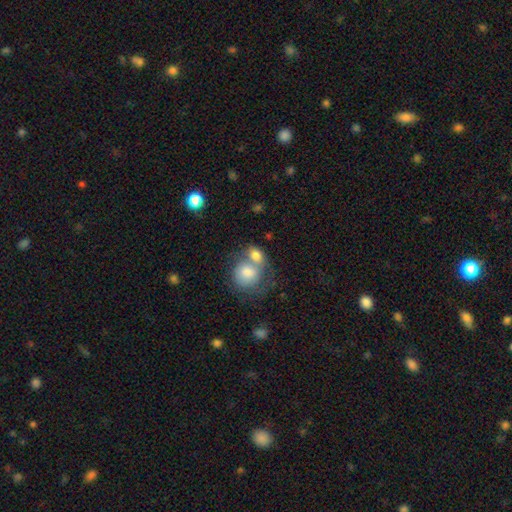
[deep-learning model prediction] Smooth or featured? smooth (77%)
How rounded? in between (50%)
Merging? merger (64%)